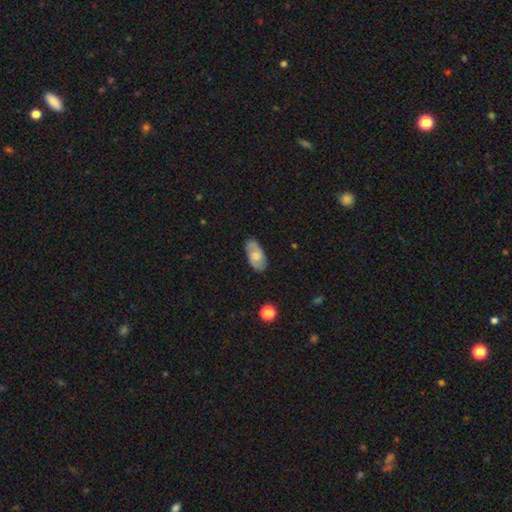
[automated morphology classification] Overall: smooth (59%; featured or disk 34%). How rounded: in between (92%). Merging: none (79%).